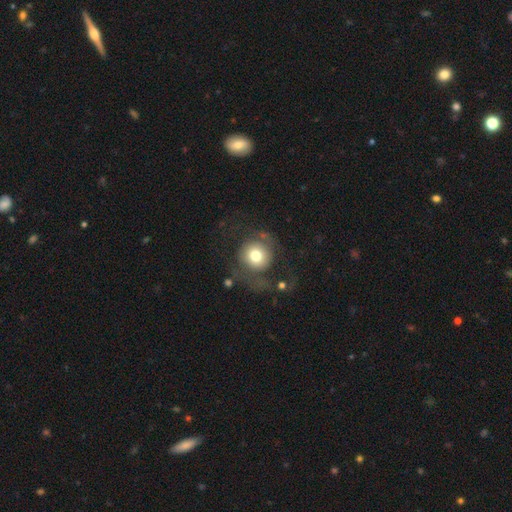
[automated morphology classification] A smooth galaxy with no disk features (61%) that is round (91%).

Vote fractions:
- Smooth or featured? smooth: 61% / featured or disk: 30% / star or artifact: 9%
- How rounded? round: 91% / in between: 8% / cigar-shaped: 1%
- Merging? none: 43% / major disturbance: 38% / minor disturbance: 16% / merger: 3%